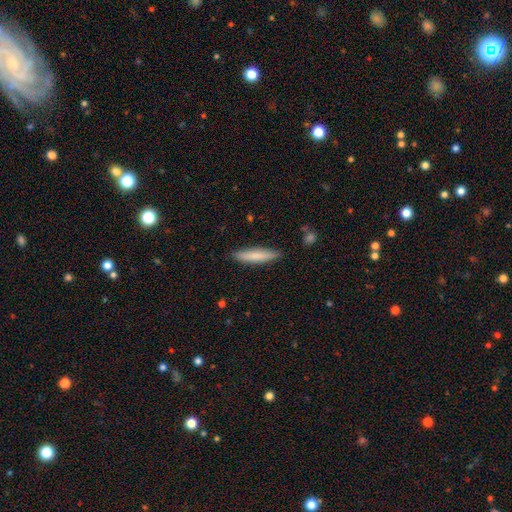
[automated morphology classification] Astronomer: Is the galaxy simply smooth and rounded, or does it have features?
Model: smooth — 76%.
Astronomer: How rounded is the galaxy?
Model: cigar-shaped — 86%.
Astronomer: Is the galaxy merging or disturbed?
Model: none — 87%.